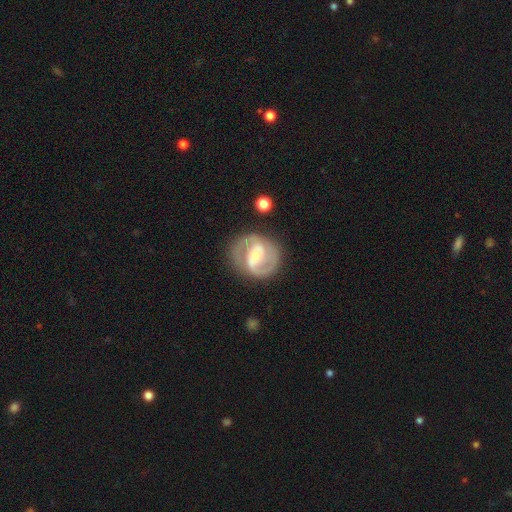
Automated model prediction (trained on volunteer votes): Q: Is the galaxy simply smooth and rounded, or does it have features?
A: featured or disk — 84%.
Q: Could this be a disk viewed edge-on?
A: no — 98%.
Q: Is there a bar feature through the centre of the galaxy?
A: weak — 40%.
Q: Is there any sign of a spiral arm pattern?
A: yes — 92%.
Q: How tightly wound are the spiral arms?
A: medium — 52%.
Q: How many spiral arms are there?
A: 2 — 89%.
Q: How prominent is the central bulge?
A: small — 49%.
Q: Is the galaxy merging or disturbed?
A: none — 79%.